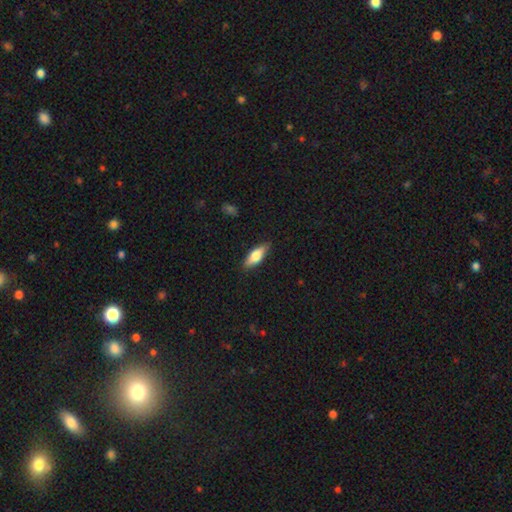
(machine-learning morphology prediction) Smooth or featured? Predicted: smooth (p=0.61). How rounded? Predicted: in between (p=0.63). Merging? Predicted: none (p=0.86).